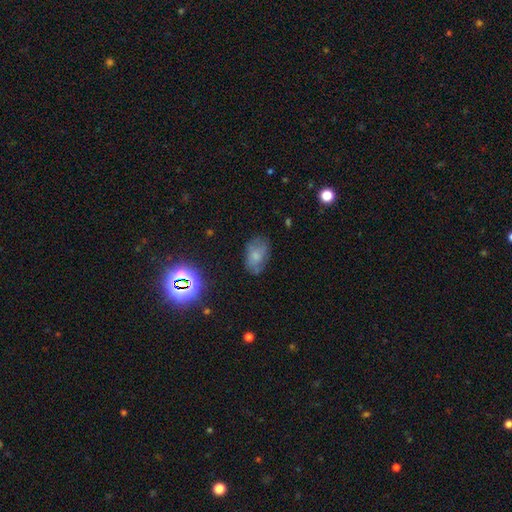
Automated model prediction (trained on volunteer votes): This appears to be a smooth galaxy with no disk features (66%) that is in between round and cigar-shaped (86%). Merging: none (64%).